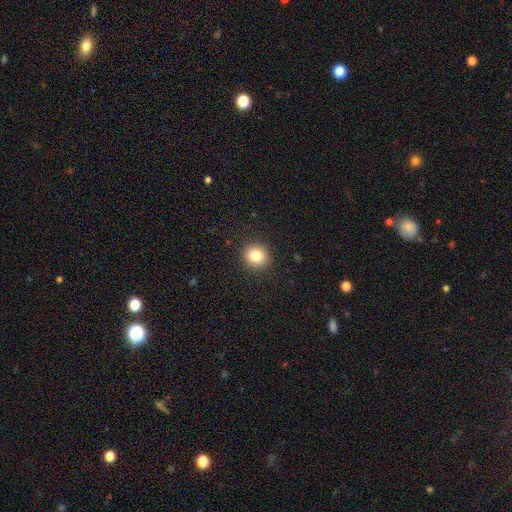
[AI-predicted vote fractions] smooth 82%, star or artifact 11%, featured or disk 7%. Down the decision tree: how rounded — round (90%); merging — none (91%).